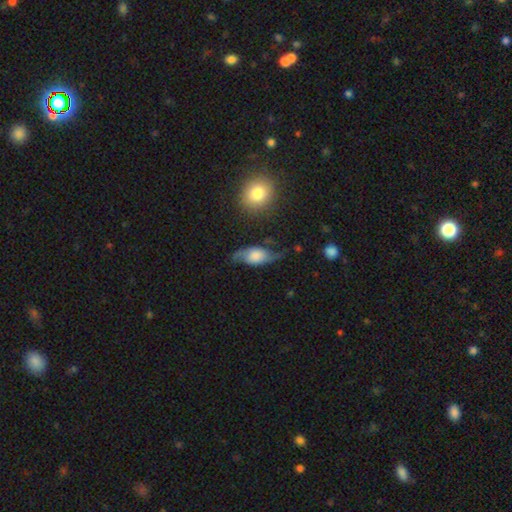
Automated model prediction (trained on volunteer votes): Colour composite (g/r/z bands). It shows a featured or disk galaxy (60%). Merging: none (51%).